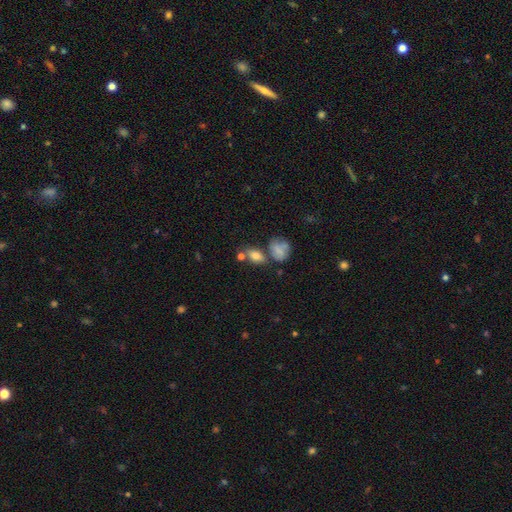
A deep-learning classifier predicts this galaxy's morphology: smooth_or_featured: smooth (p=0.76) [alt: featured or disk p=0.13]
how_rounded: in between (p=0.78) [alt: round p=0.17]
merging: none (p=0.54) [alt: merger p=0.24]